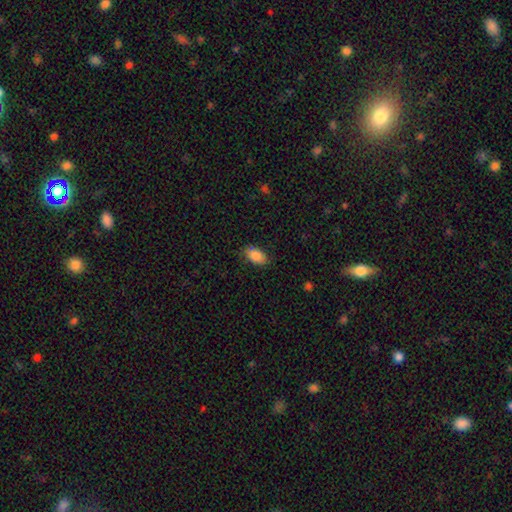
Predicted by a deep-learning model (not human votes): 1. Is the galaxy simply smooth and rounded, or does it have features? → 86% smooth, 7% star or artifact, 6% featured or disk.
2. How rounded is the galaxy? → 91% in between, 7% round, 2% cigar-shaped.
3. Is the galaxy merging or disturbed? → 83% none, 13% minor disturbance, 3% major disturbance, 1% merger.